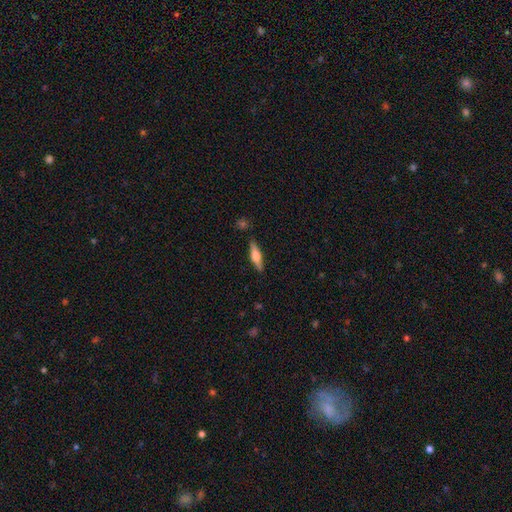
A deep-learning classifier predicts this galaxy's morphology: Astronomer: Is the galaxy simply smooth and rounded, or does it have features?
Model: featured or disk — 50% (runner-up: smooth, 44%).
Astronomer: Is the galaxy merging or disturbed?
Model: none — 86%.